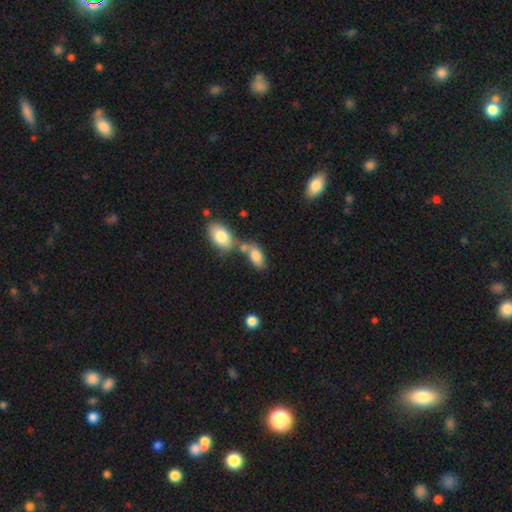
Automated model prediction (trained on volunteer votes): Smooth or featured: smooth — 80% (featured or disk — 11%)
How rounded: in between — 90% (round — 5%)
Merging: merger — 48% (none — 34%)